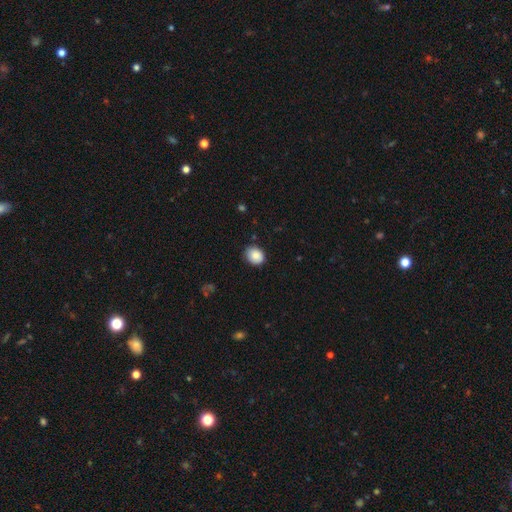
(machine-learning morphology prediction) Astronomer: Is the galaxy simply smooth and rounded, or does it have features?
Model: smooth — 87%.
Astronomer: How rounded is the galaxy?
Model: round — 56% (runner-up: in between, 43%).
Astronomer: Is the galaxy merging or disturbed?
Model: none — 82%.